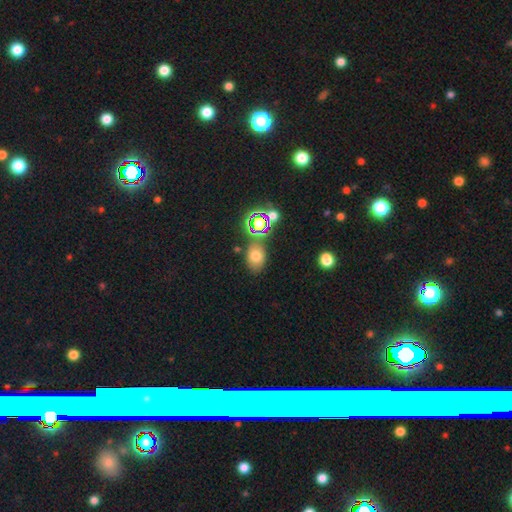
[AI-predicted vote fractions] A smooth galaxy with no disk features (67%) that is in between round and cigar-shaped (72%).

Vote fractions:
- Smooth or featured? smooth: 67% / star or artifact: 22% / featured or disk: 11%
- How rounded? in between: 72% / round: 27% / cigar-shaped: 1%
- Merging? none: 70% / minor disturbance: 15% / merger: 10% / major disturbance: 5%